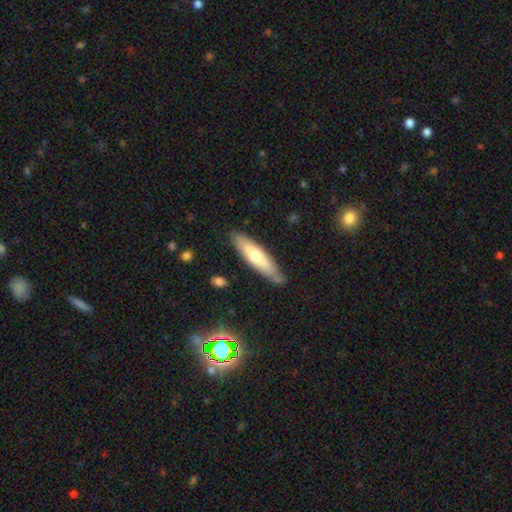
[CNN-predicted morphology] smooth 57%, featured or disk 38%, star or artifact 5%. Down the decision tree: how rounded — cigar-shaped (72%); merging — none (80%).